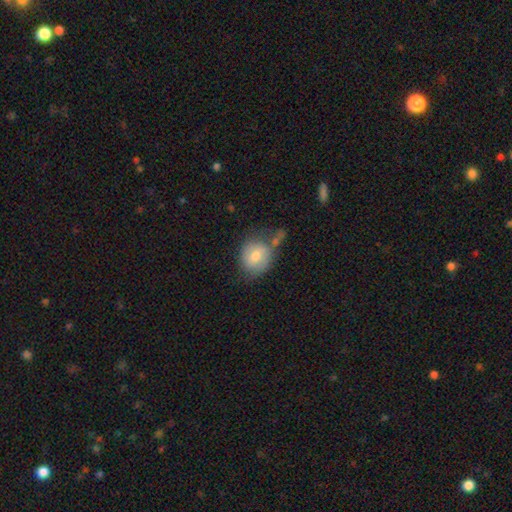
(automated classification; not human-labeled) Overall: smooth (68%). How rounded: round (69%; in between 30%). Merging: none (45%; minor disturbance 22%).